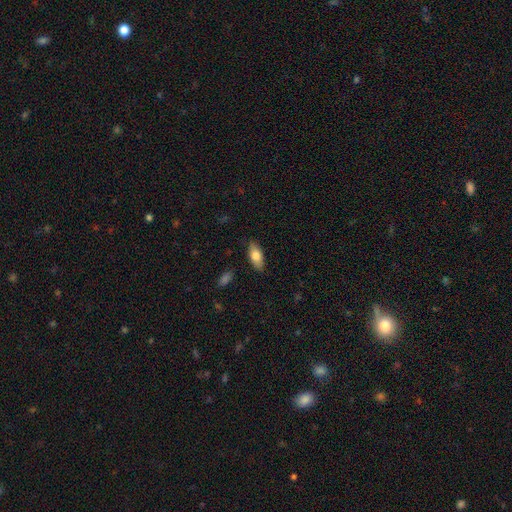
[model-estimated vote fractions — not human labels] smooth 76%, featured or disk 17%, star or artifact 6%. Down the decision tree: how rounded — in between (85%); merging — none (86%).